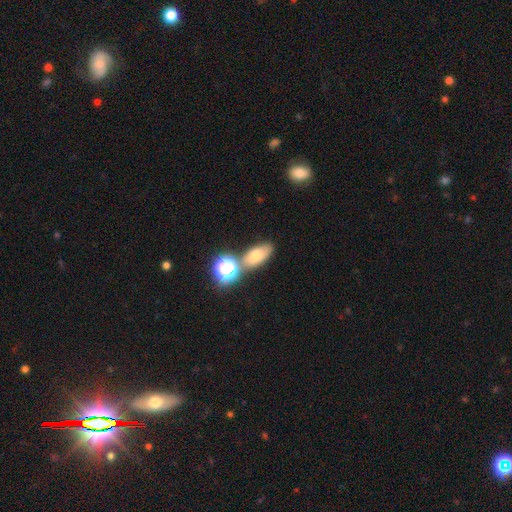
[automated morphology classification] smooth-or-featured: smooth: 62% | star or artifact: 22% | featured or disk: 16%
  how-rounded: in between: 76% | round: 18% | cigar-shaped: 6%
  merging: none: 58% | merger: 21% | minor disturbance: 15% | major disturbance: 6%